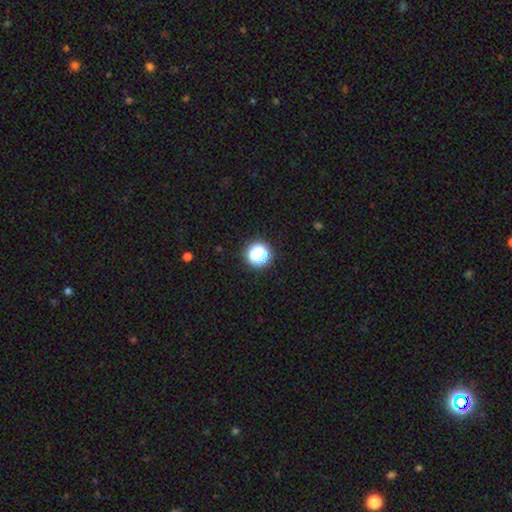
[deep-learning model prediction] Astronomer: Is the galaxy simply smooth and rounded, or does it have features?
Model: smooth — 50% (runner-up: star or artifact, 42%).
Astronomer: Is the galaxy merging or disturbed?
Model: none — 79%.